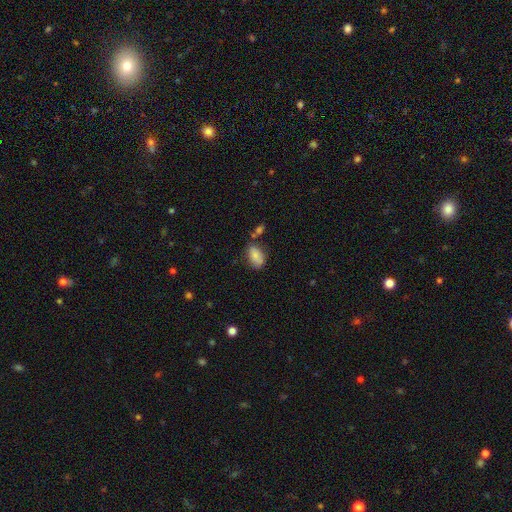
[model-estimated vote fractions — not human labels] smooth_or_featured: smooth (p=0.84) [alt: featured or disk p=0.08]
how_rounded: in between (p=0.92) [alt: round p=0.06]
merging: none (p=0.64) [alt: minor disturbance p=0.21]